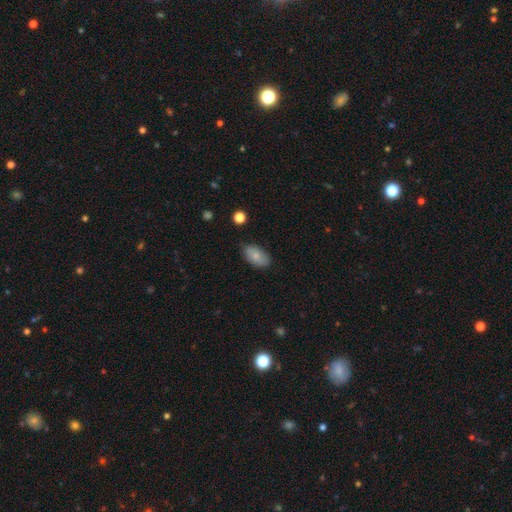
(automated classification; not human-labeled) This appears to be a smooth galaxy with no disk features (81%) that is in between round and cigar-shaped (93%). Merging: none (78%).